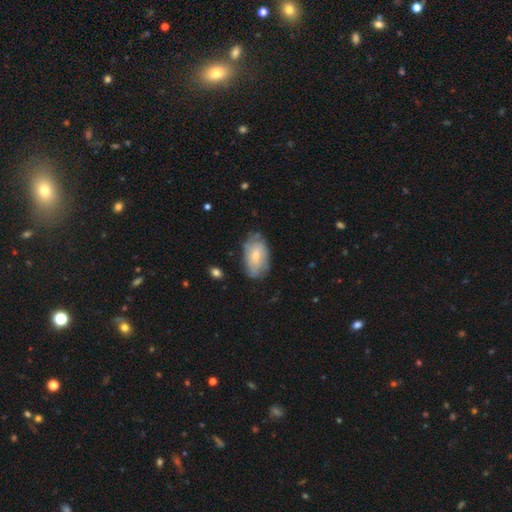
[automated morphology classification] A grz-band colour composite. It shows a smooth galaxy with no disk features (56%) that is in between round and cigar-shaped (93%). Merging: none (67%).